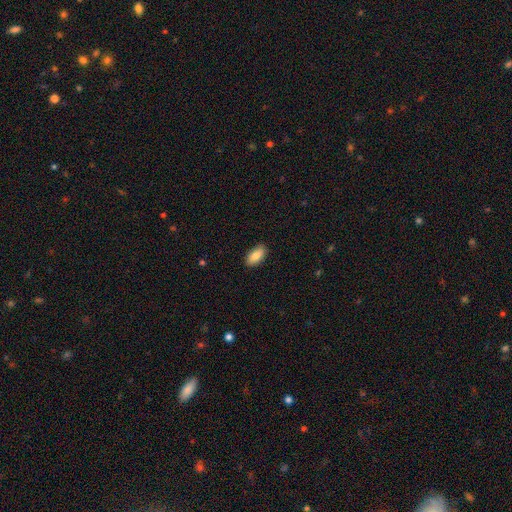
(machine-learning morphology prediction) Overall: smooth (85%). How rounded: in between (92%). Merging: none (88%).